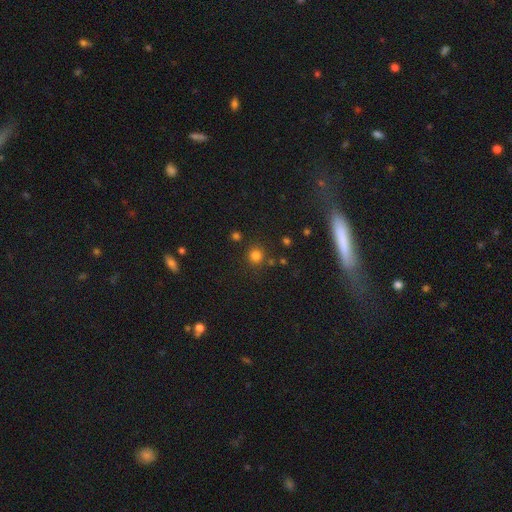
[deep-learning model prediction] A smooth galaxy with no disk features (78%) that is round (92%). Merging: none (83%).